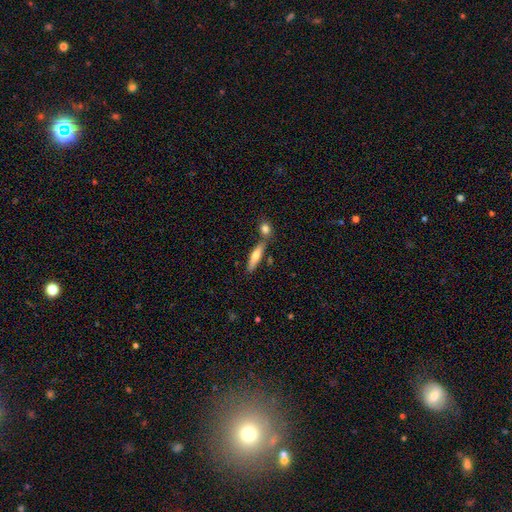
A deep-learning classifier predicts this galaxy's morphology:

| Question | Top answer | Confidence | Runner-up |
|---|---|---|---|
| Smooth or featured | smooth | 59% | featured or disk (35%) |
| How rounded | cigar-shaped | 75% | in between (23%) |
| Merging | none | 67% | merger (19%) |